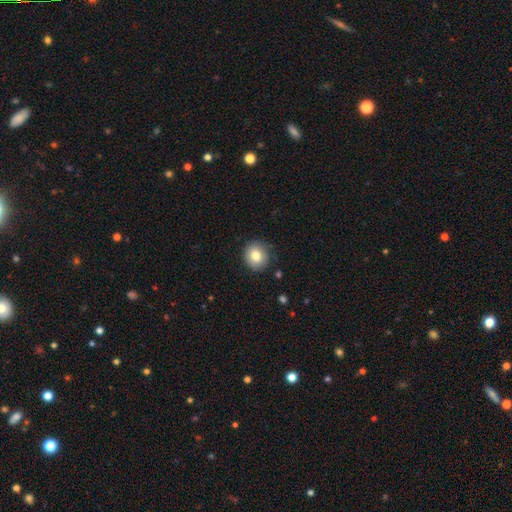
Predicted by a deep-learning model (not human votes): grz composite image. It shows a smooth galaxy with no disk features (81%) that is round (81%). Merging: none (85%).